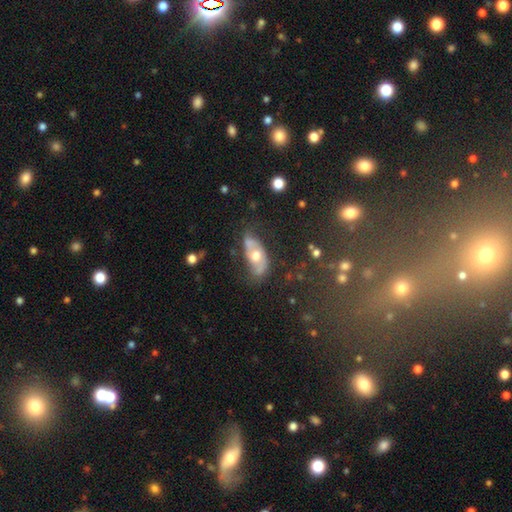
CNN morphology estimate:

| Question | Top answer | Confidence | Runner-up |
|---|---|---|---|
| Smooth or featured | featured or disk | 60% | smooth (33%) |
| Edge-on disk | no | 86% | yes (14%) |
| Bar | no | 75% | weak (19%) |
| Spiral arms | yes | 63% | no (37%) |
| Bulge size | moderate | 74% | large (13%) |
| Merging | none | 60% | minor disturbance (25%) |